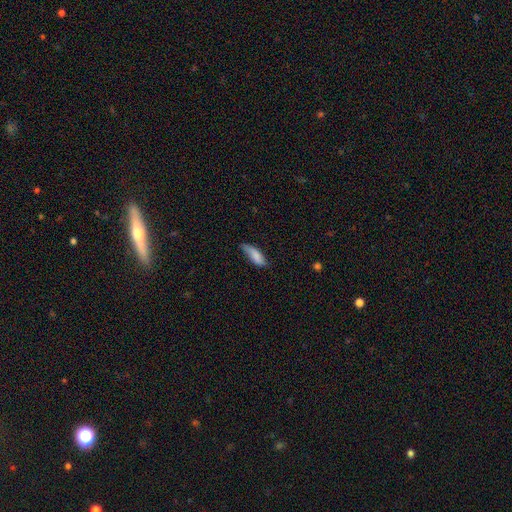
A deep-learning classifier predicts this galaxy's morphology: Smooth or featured?
  - smooth: 81% *
  - featured or disk: 13%
  - star or artifact: 6%
How rounded?
  - in between: 63% *
  - cigar-shaped: 35%
  - round: 2%
Merging?
  - none: 49% *
  - minor disturbance: 39%
  - major disturbance: 10%
  - merger: 2%